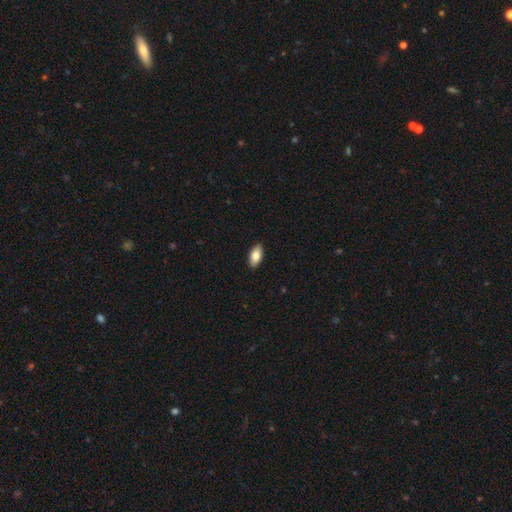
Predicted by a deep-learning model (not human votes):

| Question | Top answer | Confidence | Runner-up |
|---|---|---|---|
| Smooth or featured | smooth | 83% | featured or disk (10%) |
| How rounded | in between | 92% | cigar-shaped (5%) |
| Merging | none | 90% | minor disturbance (7%) |